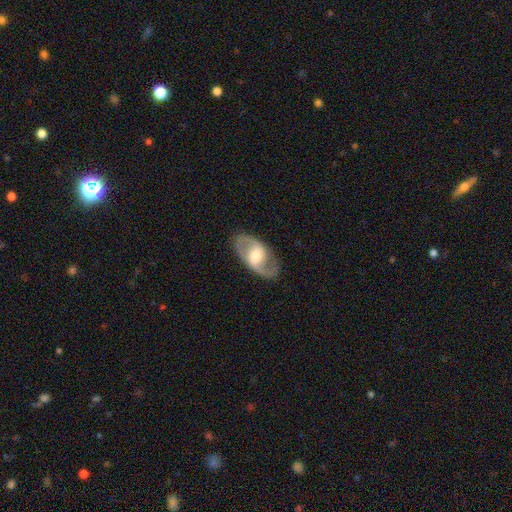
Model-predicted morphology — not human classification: This appears to be a featured or disk galaxy (80%) with a weak bar (46%), 2 (91%) medium (49%) spiral arms (86%) and a moderate central bulge (60%). Merging: none (85%).